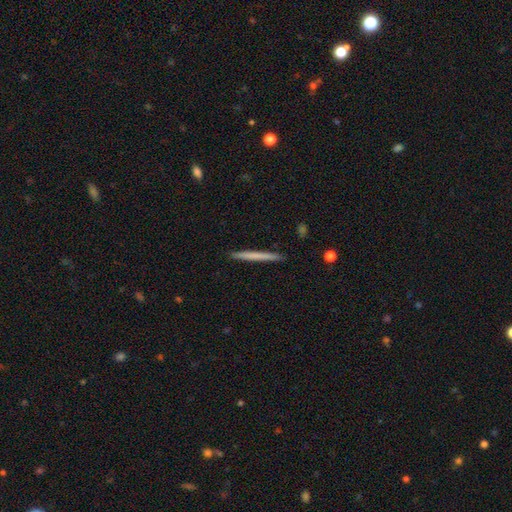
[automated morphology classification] A smooth galaxy with no disk features (61%) that is cigar-shaped (97%). Merging: none (93%).